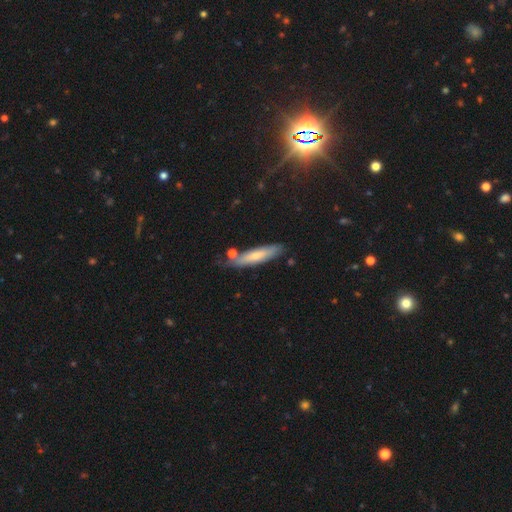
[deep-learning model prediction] Overall: smooth (65%; featured or disk 29%). How rounded: cigar-shaped (82%). Merging: none (73%).